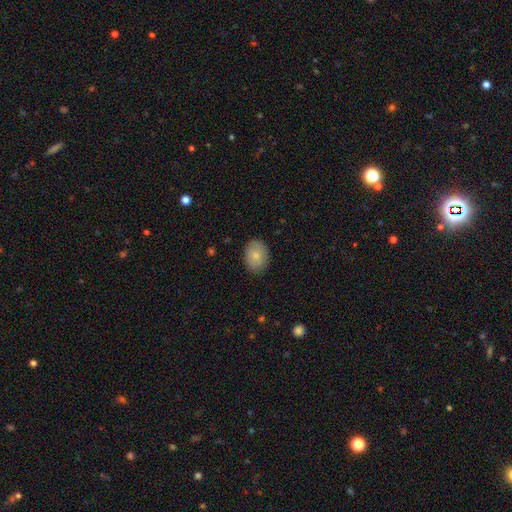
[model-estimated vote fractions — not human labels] Smooth or featured? Predicted: smooth (p=0.81). How rounded? Predicted: in between (p=0.66). Merging? Predicted: none (p=0.85).